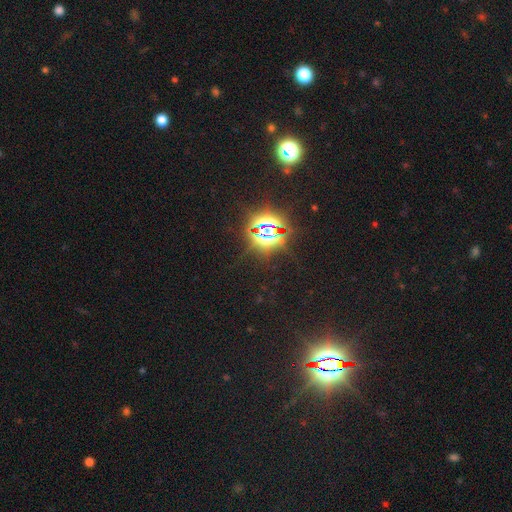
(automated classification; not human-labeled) smooth_or_featured: star or artifact (p=0.81) [alt: smooth p=0.13]